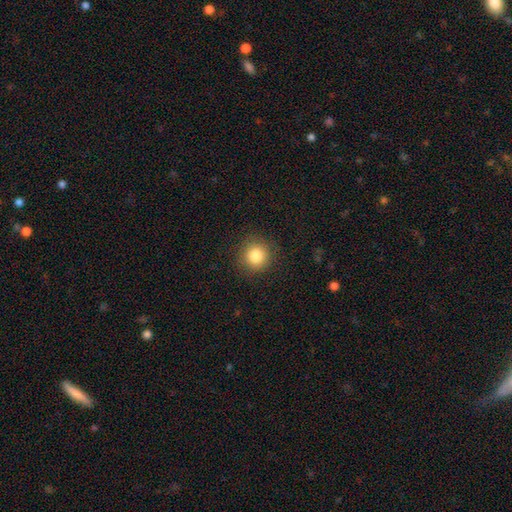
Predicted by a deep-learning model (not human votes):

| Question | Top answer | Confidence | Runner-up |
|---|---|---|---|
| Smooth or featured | smooth | 83% | star or artifact (11%) |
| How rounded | round | 93% | in between (6%) |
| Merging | none | 90% | minor disturbance (7%) |